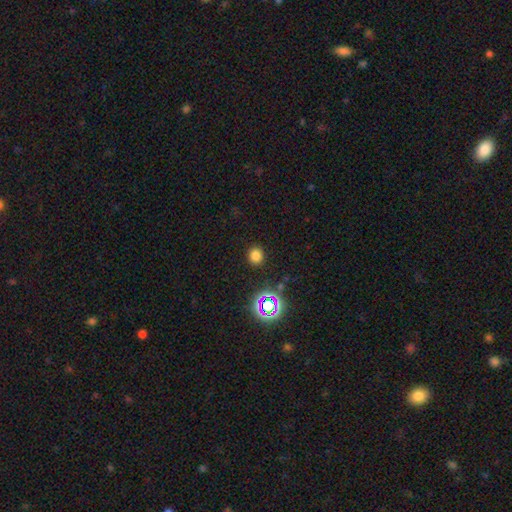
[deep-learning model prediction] smooth-or-featured: smooth: 76% | star or artifact: 19% | featured or disk: 5%
  how-rounded: round: 87% | in between: 12% | cigar-shaped: 1%
  merging: none: 90% | minor disturbance: 6% | major disturbance: 3% | merger: 1%